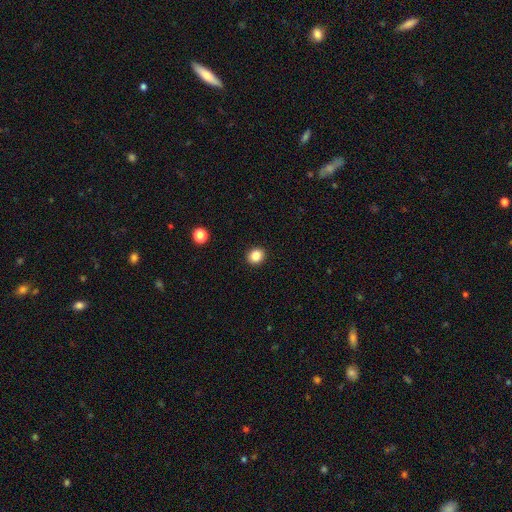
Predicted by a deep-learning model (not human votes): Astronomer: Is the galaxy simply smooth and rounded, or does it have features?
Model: smooth — 85%.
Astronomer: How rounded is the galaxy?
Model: round — 79%.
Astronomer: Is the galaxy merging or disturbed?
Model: none — 93%.